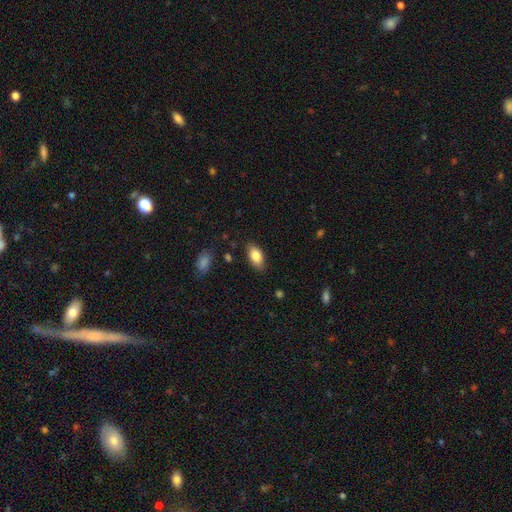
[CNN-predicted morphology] This is clearly a smooth galaxy (83%). How rounded: clearly in between (92%). Merging: clearly none (85%).